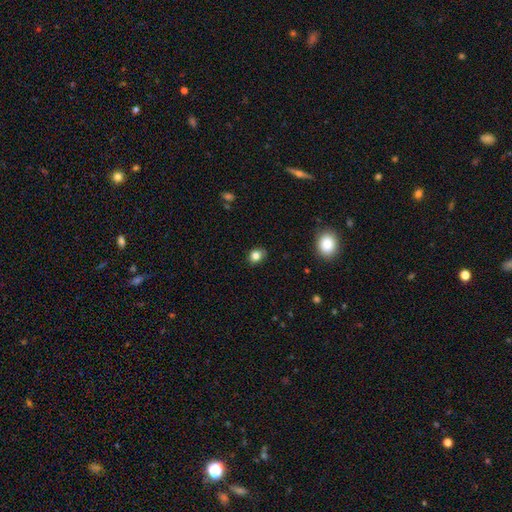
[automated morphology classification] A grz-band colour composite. It shows a smooth galaxy with no disk features (83%) that is in between round and cigar-shaped (51%). Merging: none (82%).